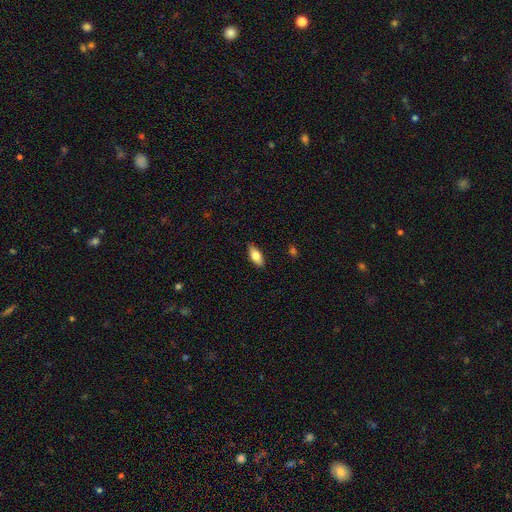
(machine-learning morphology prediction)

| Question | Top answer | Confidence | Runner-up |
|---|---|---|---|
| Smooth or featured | smooth | 75% | featured or disk (18%) |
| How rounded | in between | 80% | cigar-shaped (17%) |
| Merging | none | 86% | minor disturbance (11%) |